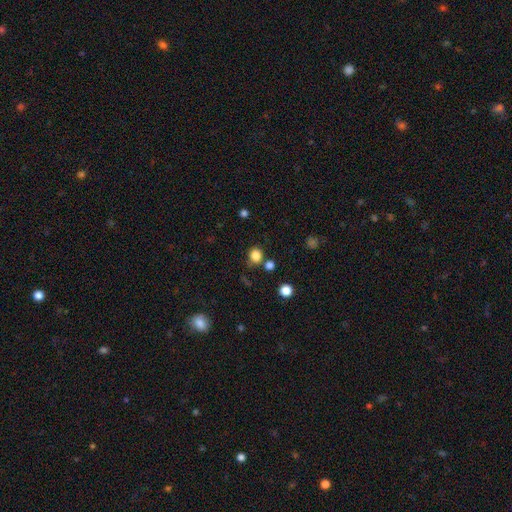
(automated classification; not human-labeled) This appears to be a smooth galaxy with no disk features (83%) that is round (79%). Merging: none (73%).